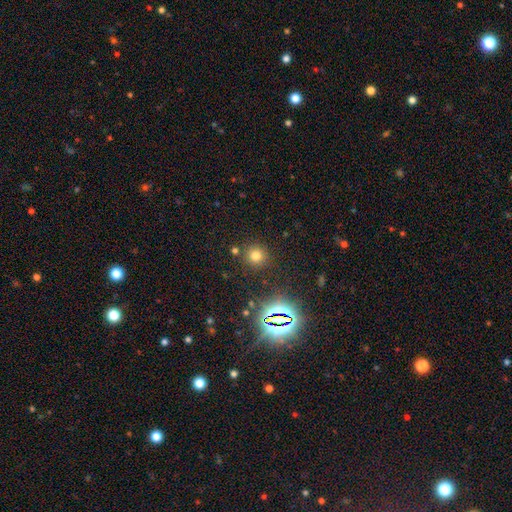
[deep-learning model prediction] Smooth or featured?
  - smooth: 69% *
  - star or artifact: 23%
  - featured or disk: 7%
How rounded?
  - round: 93% *
  - in between: 6%
  - cigar-shaped: 1%
Merging?
  - none: 85% *
  - minor disturbance: 7%
  - merger: 5%
  - major disturbance: 3%